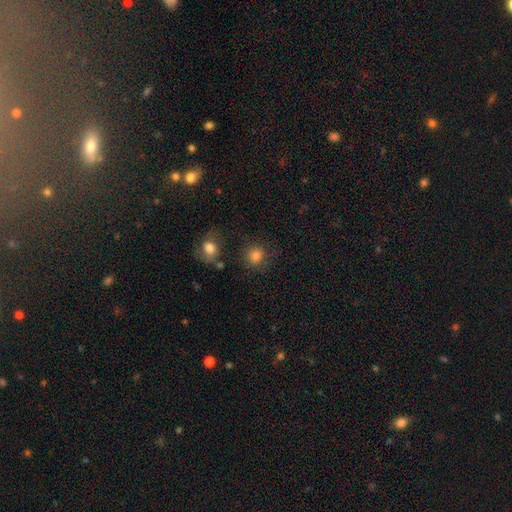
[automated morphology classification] A smooth galaxy with no disk features (83%) that is round (87%). Merging: none (78%).